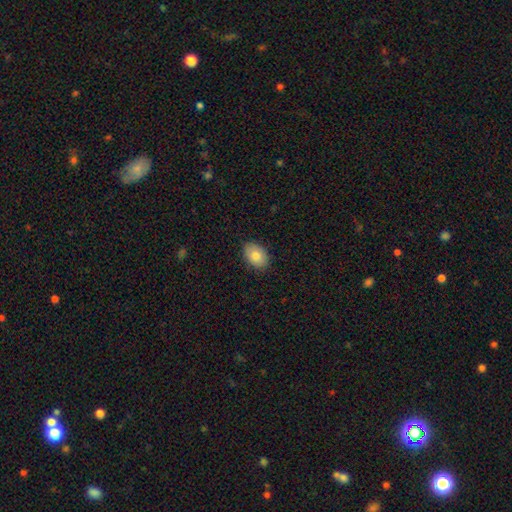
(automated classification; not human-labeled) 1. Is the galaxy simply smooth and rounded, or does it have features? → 82% smooth, 11% featured or disk, 7% star or artifact.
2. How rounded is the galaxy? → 82% in between, 17% round, 1% cigar-shaped.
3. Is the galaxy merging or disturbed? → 87% none, 10% minor disturbance, 2% major disturbance, 1% merger.